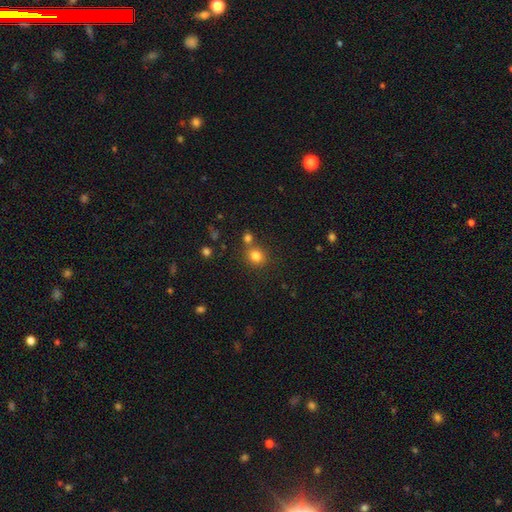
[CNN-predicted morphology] smooth 81%, star or artifact 13%, featured or disk 6%. Down the decision tree: how rounded — round (74%); merging — none (66%).